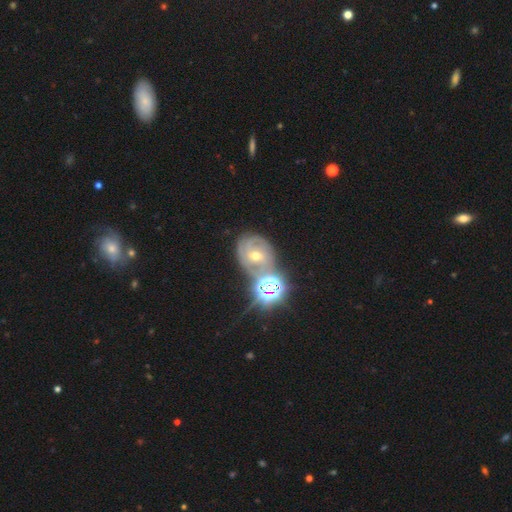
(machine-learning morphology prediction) This is possibly a featured or disk galaxy (59%). It is clearly not viewed edge-on (96%). Bar: possibly no (57%). Spiral arm pattern: clearly yes (85%). Central bulge: likely moderate (64%). Merging: possibly none (53%).